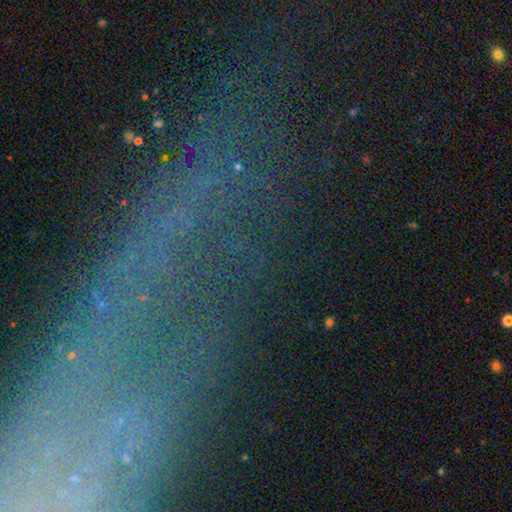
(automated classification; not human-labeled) smooth_or_featured: star or artifact (p=0.50) [alt: featured or disk p=0.30]